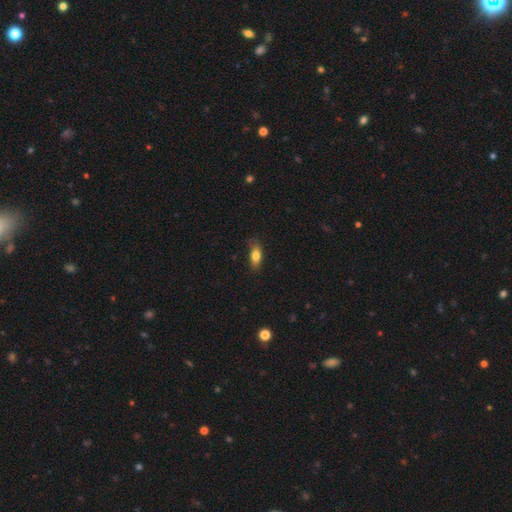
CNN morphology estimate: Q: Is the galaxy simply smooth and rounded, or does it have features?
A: smooth — 78%.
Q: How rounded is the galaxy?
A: in between — 76%.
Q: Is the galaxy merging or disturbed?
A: none — 66%.